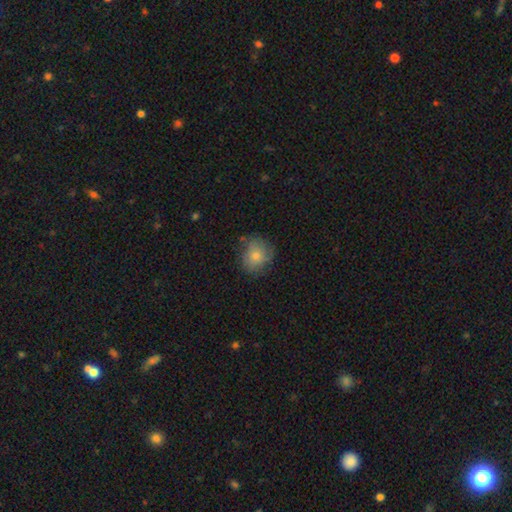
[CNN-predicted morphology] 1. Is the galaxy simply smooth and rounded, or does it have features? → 74% smooth, 16% featured or disk, 10% star or artifact.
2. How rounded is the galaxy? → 76% round, 23% in between, 1% cigar-shaped.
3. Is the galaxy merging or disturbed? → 70% none, 23% minor disturbance, 6% major disturbance, 2% merger.